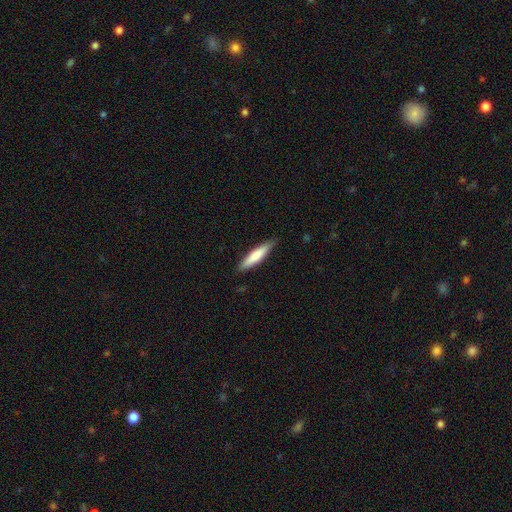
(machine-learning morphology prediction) This is likely a smooth galaxy (74%). How rounded: clearly cigar-shaped (82%). Merging: clearly none (87%).